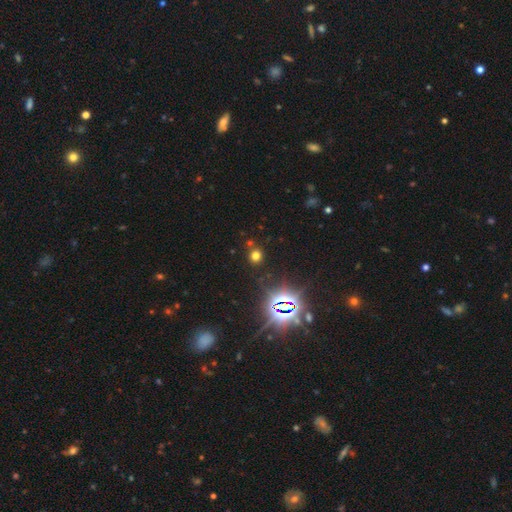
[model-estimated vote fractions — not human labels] smooth_or_featured: smooth (p=0.60) [alt: star or artifact p=0.32]
how_rounded: round (p=0.86) [alt: in between p=0.13]
merging: none (p=0.82) [alt: minor disturbance p=0.08]